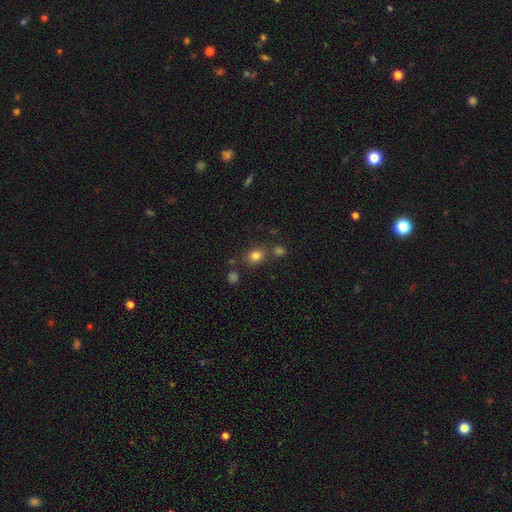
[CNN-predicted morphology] This appears to be a smooth galaxy with no disk features (79%) that is round (62%). Merging: none (74%).